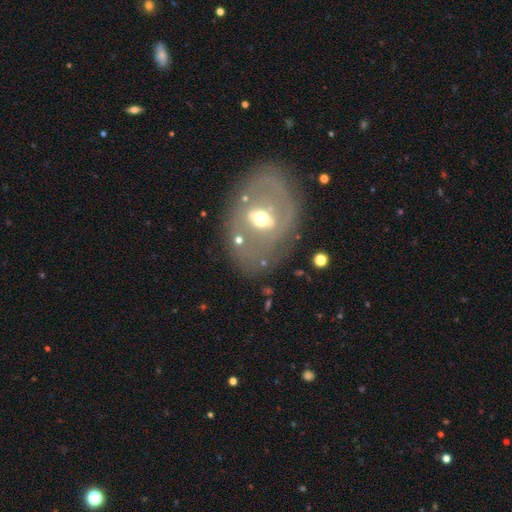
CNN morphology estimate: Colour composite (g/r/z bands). It shows a featured or disk galaxy (67%) with a weak bar (45%), no spiral arms (60%) and a moderate central bulge (69%). Merging: none (72%).